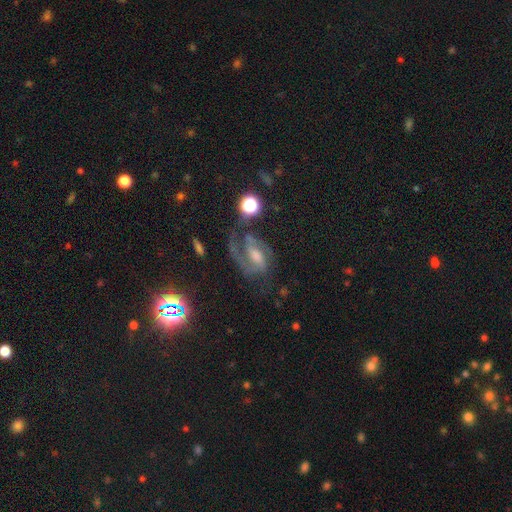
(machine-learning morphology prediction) A featured or disk galaxy (81%) with a weak bar (50%), 2 (71%) medium (55%) spiral arms (96%) and a moderate central bulge (47%). Merging: none (57%).